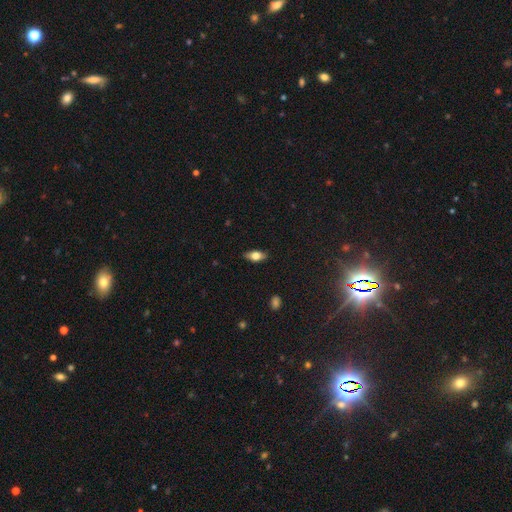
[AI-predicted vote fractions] This appears to be a smooth galaxy with no disk features (70%) that is in between round and cigar-shaped (85%). Merging: none (86%).